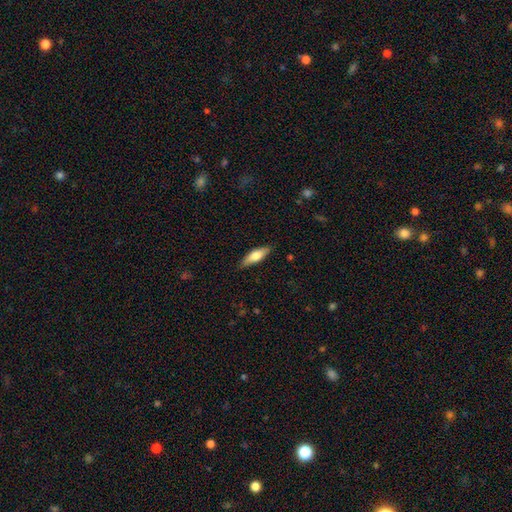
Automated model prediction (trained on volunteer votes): Smooth or featured: smooth — 69% (featured or disk — 25%)
How rounded: in between — 52% (cigar-shaped — 46%)
Merging: none — 84% (minor disturbance — 12%)